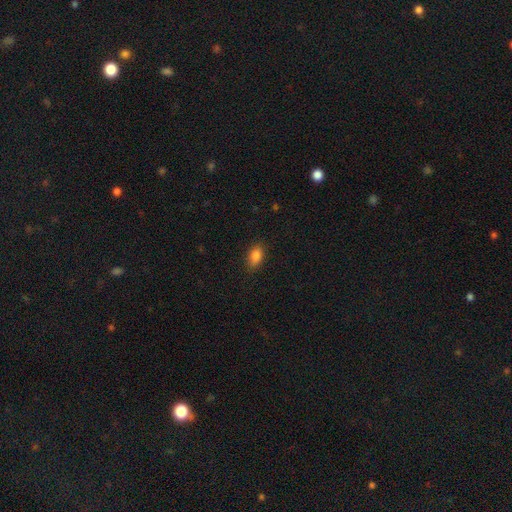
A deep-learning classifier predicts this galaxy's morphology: A smooth galaxy with no disk features (86%) that is in between round and cigar-shaped (89%). Merging: none (86%).